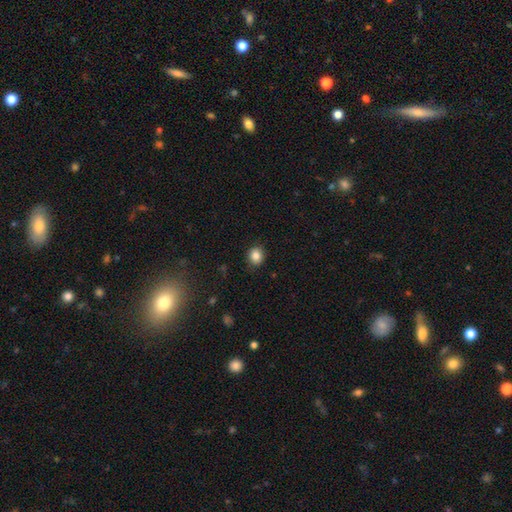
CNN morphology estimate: This appears to be a smooth galaxy with no disk features (85%) that is round (75%). Merging: none (88%).